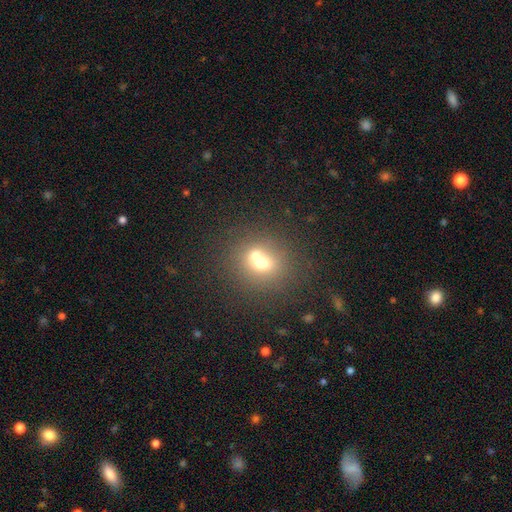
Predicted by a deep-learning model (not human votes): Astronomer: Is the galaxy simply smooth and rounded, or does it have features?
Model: smooth — 63%.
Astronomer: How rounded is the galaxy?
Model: round — 78%.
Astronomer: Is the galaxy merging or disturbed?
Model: merger — 50% (runner-up: none, 39%).